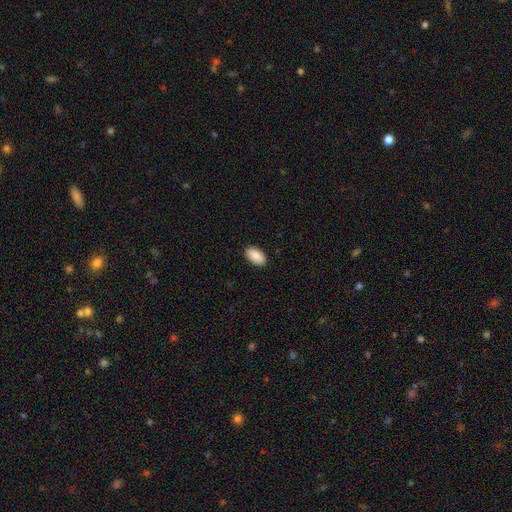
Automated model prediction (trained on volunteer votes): This appears to be a smooth galaxy with no disk features (90%) that is in between round and cigar-shaped (95%). Merging: none (90%).